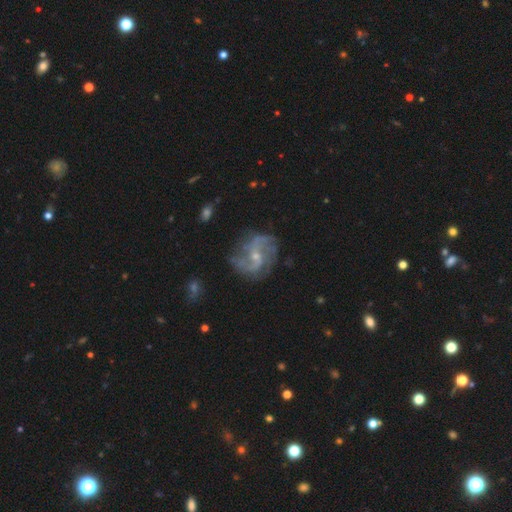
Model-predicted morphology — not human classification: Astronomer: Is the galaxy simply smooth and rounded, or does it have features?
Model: featured or disk — 86%.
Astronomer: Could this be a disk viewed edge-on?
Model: no — 98%.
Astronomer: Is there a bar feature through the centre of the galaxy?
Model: no — 47% (runner-up: weak, 43%).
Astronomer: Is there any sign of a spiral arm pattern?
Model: yes — 95%.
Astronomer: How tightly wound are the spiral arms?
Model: loose — 45% (runner-up: medium, 41%).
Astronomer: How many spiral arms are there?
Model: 2 — 60%.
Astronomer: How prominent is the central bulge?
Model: small — 67%.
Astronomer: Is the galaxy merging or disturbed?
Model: none — 69%.